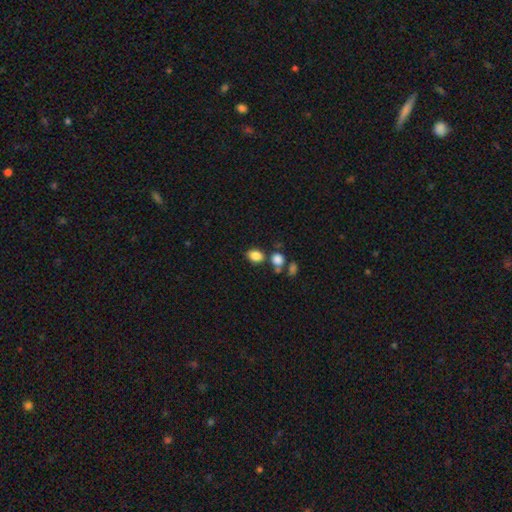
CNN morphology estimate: A smooth galaxy with no disk features (84%) that is in between round and cigar-shaped (68%).

Vote fractions:
- Smooth or featured? smooth: 84% / star or artifact: 10% / featured or disk: 6%
- How rounded? in between: 68% / round: 31% / cigar-shaped: 1%
- Merging? none: 67% / merger: 16% / minor disturbance: 13% / major disturbance: 5%